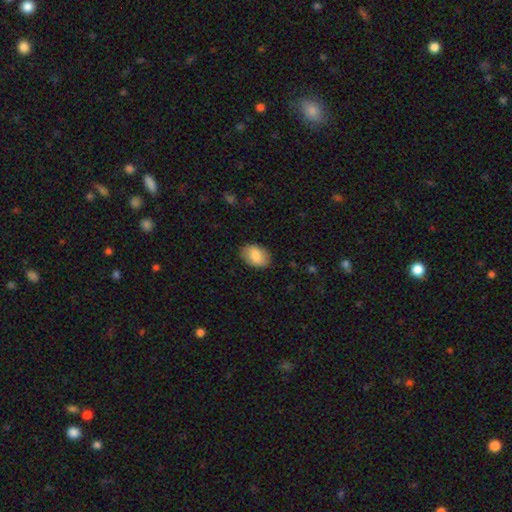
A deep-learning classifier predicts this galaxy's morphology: smooth 79%, featured or disk 15%, star or artifact 6%. Down the decision tree: how rounded — in between (85%); merging — none (85%).